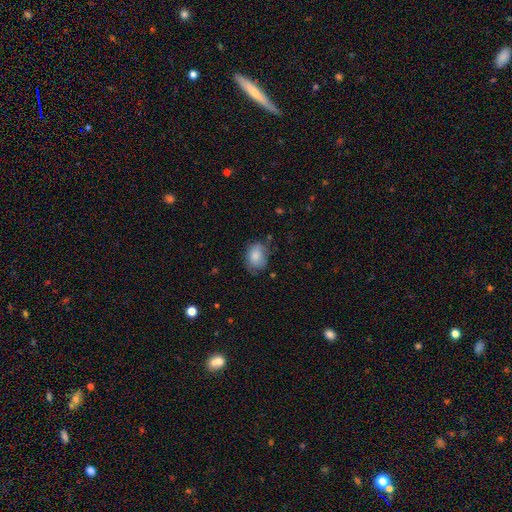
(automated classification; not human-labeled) Smooth or featured: smooth — 80% (featured or disk — 12%)
How rounded: in between — 73% (round — 26%)
Merging: none — 59% (minor disturbance — 29%)